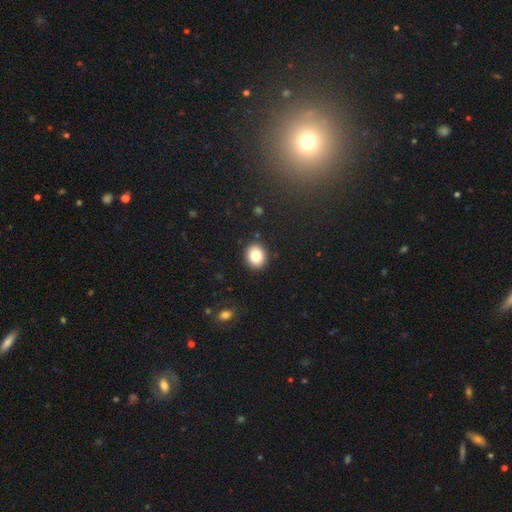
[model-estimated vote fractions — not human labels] This appears to be a smooth galaxy with no disk features (82%) that is round (58%). Merging: none (90%).